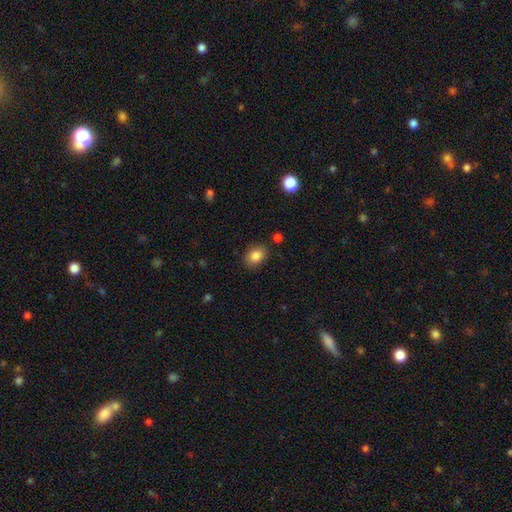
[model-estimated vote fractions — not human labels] Morphology: type=smooth (85%); roundness=in between (68%); merging=none (84%).